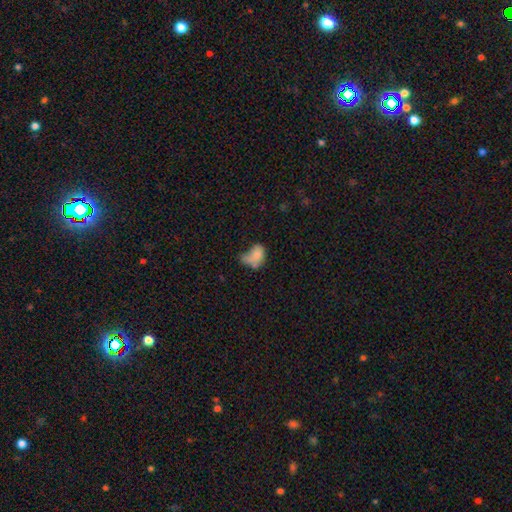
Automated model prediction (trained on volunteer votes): smooth-or-featured: smooth: 69% | featured or disk: 19% | star or artifact: 11%
  how-rounded: in between: 81% | round: 17% | cigar-shaped: 2%
  merging: major disturbance: 32% | merger: 27% | minor disturbance: 21% | none: 20%